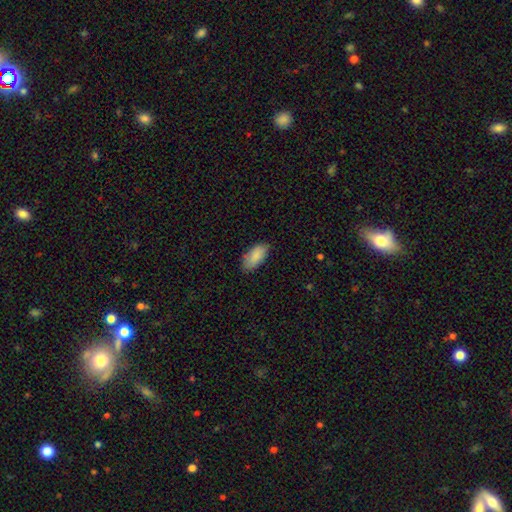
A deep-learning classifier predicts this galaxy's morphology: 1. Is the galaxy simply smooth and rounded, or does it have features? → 88% smooth, 6% star or artifact, 6% featured or disk.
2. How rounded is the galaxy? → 92% in between, 6% cigar-shaped, 2% round.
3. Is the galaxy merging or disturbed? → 82% none, 15% minor disturbance, 3% major disturbance, 1% merger.